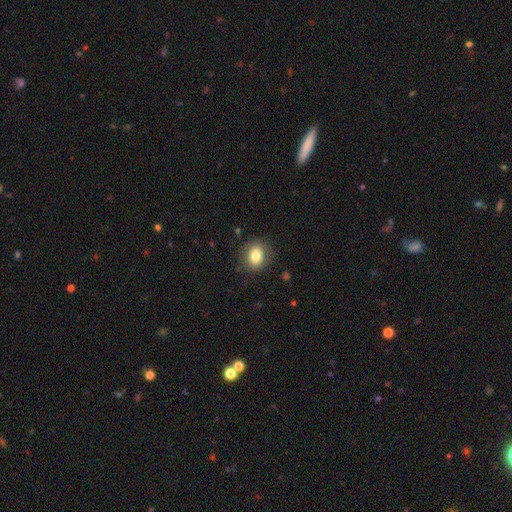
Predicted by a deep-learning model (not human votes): A smooth galaxy with no disk features (80%) that is round (61%).

Vote fractions:
- Smooth or featured? smooth: 80% / featured or disk: 11% / star or artifact: 9%
- How rounded? round: 61% / in between: 38% / cigar-shaped: 1%
- Merging? none: 84% / minor disturbance: 11% / major disturbance: 4% / merger: 1%